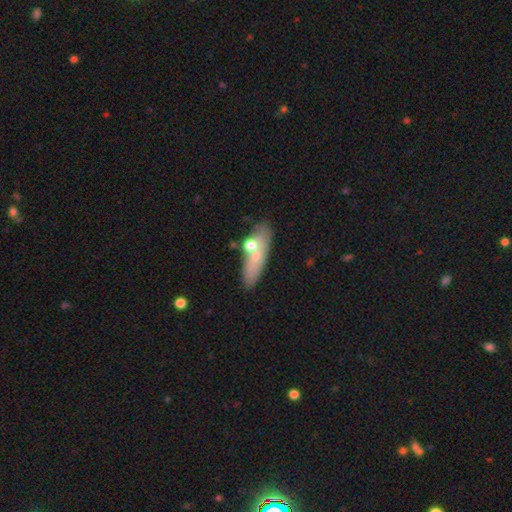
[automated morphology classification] smooth_or_featured: smooth (p=0.56) [alt: featured or disk p=0.35]
how_rounded: cigar-shaped (p=0.49) [alt: in between p=0.45]
merging: none (p=0.68) [alt: minor disturbance p=0.14]